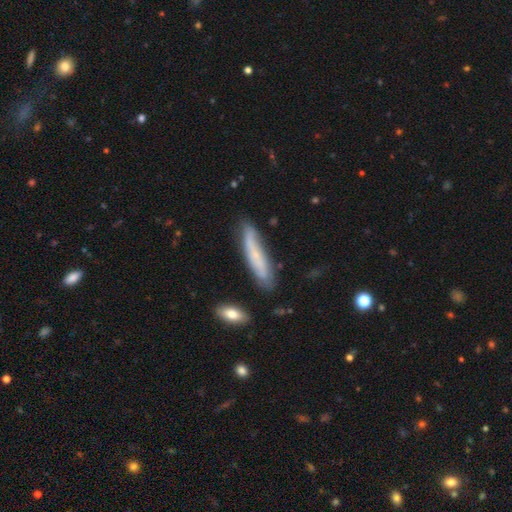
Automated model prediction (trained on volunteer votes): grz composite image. It shows a smooth galaxy with no disk features (55%) that is cigar-shaped (85%). Merging: none (70%).